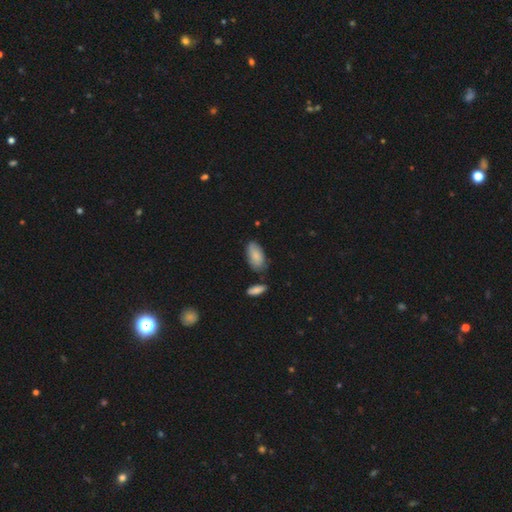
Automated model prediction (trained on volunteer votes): Smooth or featured? smooth (81%)
How rounded? in between (93%)
Merging? none (67%)